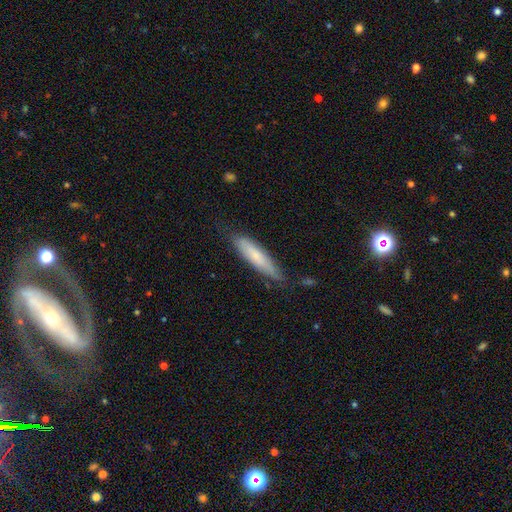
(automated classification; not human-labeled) Overall: smooth (68%). How rounded: cigar-shaped (79%). Merging: none (75%).